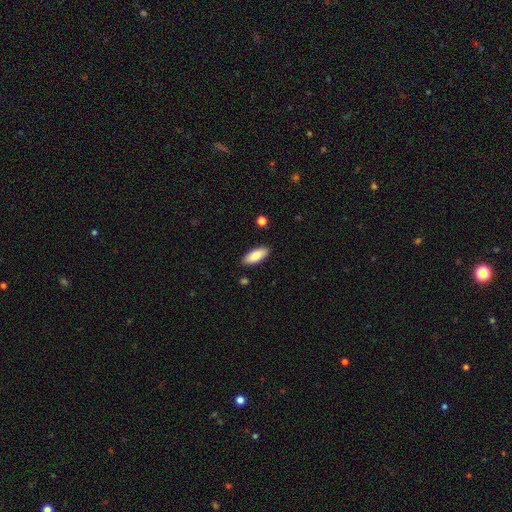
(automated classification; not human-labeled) smooth_or_featured: smooth (p=0.84) [alt: featured or disk p=0.10]
how_rounded: in between (p=0.81) [alt: cigar-shaped p=0.17]
merging: none (p=0.88) [alt: minor disturbance p=0.09]